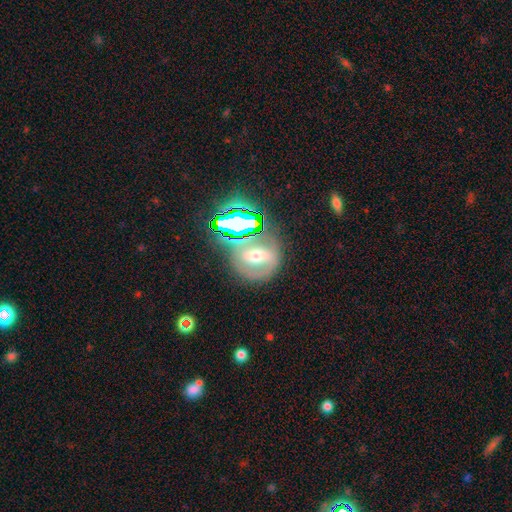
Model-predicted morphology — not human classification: Smooth or featured? Predicted: featured or disk (p=0.48). Merging? Predicted: none (p=0.45).